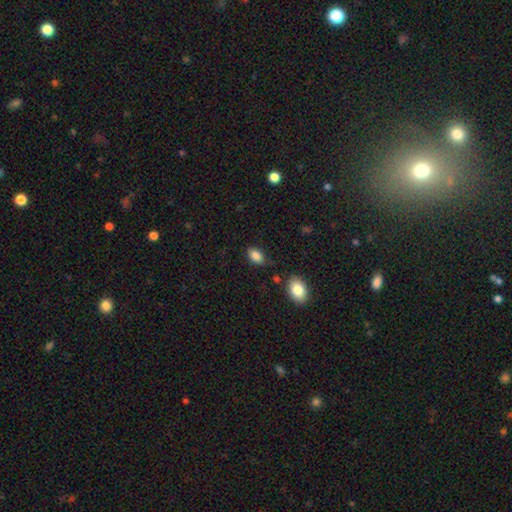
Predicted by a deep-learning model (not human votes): Smooth or featured? Predicted: smooth (p=0.86). How rounded? Predicted: in between (p=0.91). Merging? Predicted: none (p=0.76).